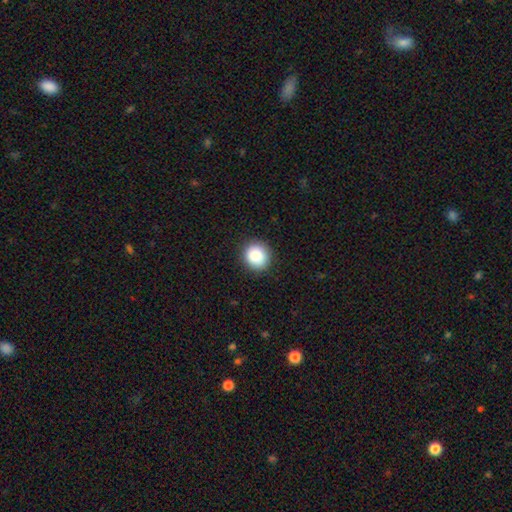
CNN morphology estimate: smooth 87%, star or artifact 8%, featured or disk 4%. Down the decision tree: how rounded — round (89%); merging — none (90%).